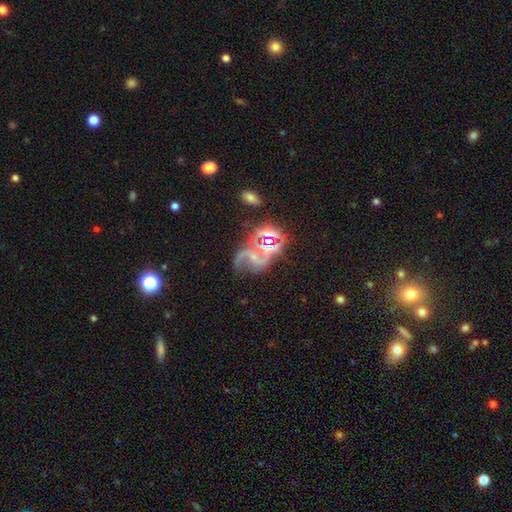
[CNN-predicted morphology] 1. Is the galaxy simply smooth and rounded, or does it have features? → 60% featured or disk, 25% star or artifact, 15% smooth.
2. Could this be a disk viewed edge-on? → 97% no, 3% yes.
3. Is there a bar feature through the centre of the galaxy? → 54% no, 33% weak, 13% strong.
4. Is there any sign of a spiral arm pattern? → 84% yes, 16% no.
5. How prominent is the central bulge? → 50% small, 24% moderate, 20% none, 4% large, 2% dominant.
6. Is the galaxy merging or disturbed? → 37% none, 27% major disturbance, 19% merger, 17% minor disturbance.